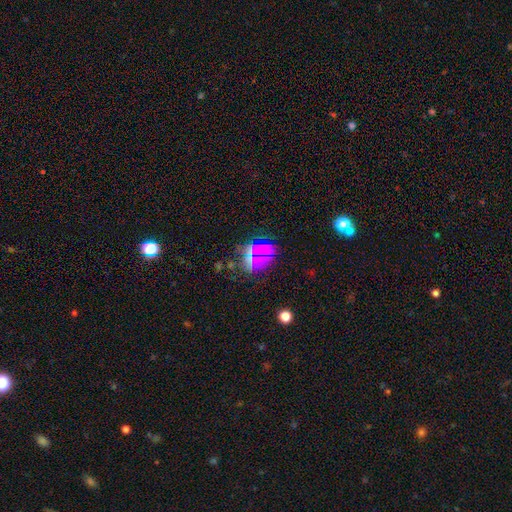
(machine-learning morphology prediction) Smooth or featured? Predicted: star or artifact (p=0.49).